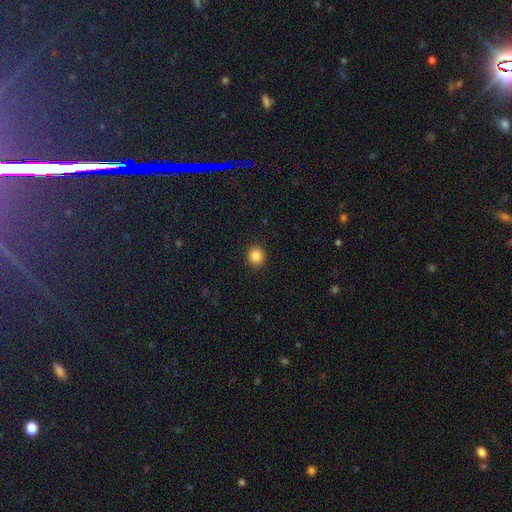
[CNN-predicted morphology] Smooth or featured: smooth — 86% (star or artifact — 10%)
How rounded: round — 84% (in between — 16%)
Merging: none — 92% (minor disturbance — 6%)